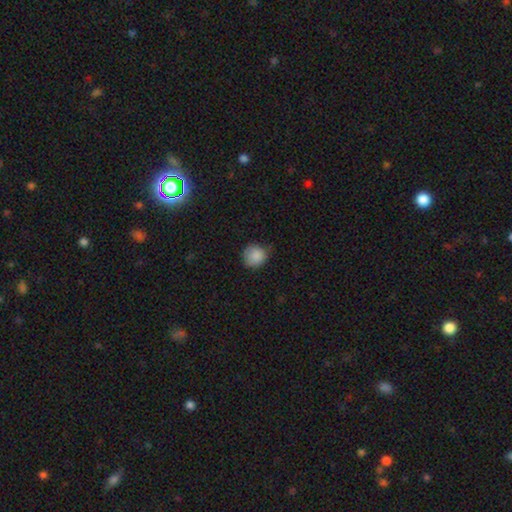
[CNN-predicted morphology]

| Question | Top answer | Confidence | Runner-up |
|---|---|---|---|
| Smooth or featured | smooth | 87% | star or artifact (8%) |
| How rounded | round | 90% | in between (10%) |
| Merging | none | 76% | minor disturbance (19%) |